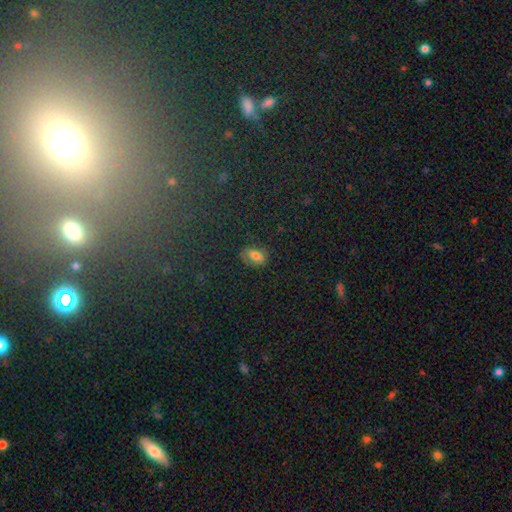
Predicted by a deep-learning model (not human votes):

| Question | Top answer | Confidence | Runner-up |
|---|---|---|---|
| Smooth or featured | smooth | 59% | star or artifact (23%) |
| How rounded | in between | 84% | round (12%) |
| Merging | none | 78% | minor disturbance (16%) |